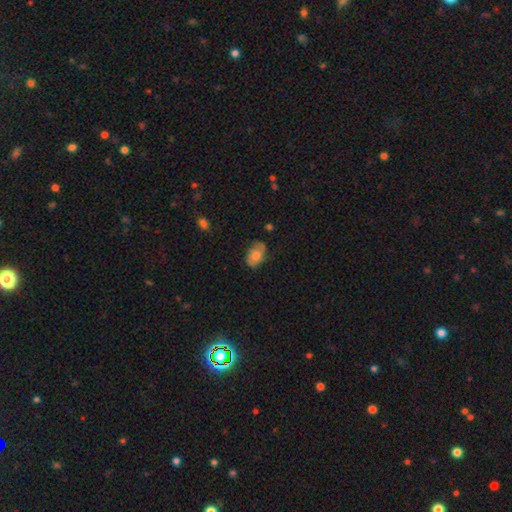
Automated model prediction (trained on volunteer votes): This appears to be a smooth galaxy with no disk features (60%) that is in between round and cigar-shaped (84%). Merging: none (67%).